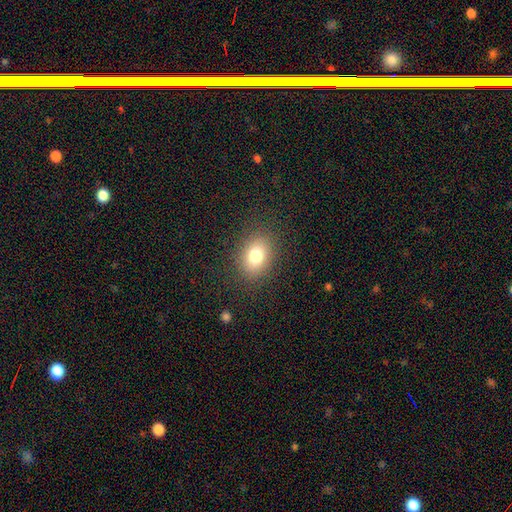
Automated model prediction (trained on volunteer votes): This is likely a smooth galaxy (78%). How rounded: likely in between (67%). Merging: clearly none (85%).